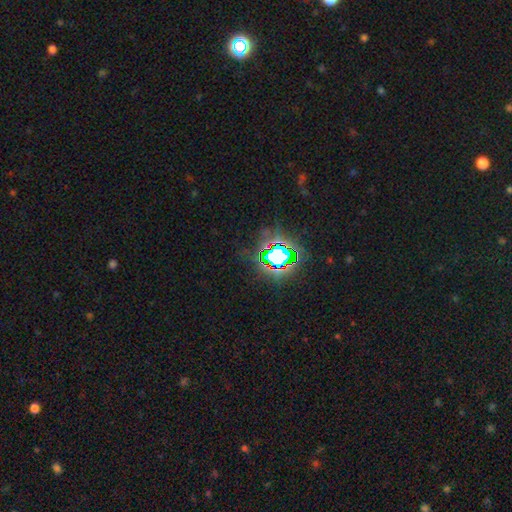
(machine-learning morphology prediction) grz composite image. It shows a star or artifact, not a galaxy (82%).